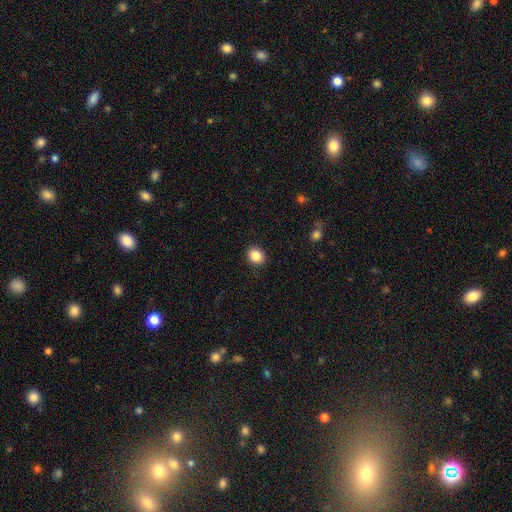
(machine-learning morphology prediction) Smooth or featured? Predicted: smooth (p=0.86). How rounded? Predicted: round (p=0.63). Merging? Predicted: none (p=0.90).